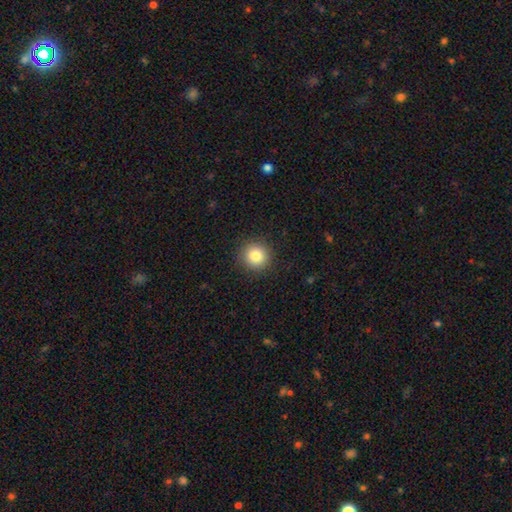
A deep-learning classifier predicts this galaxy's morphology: A smooth galaxy with no disk features (83%) that is round (94%). Merging: none (91%).